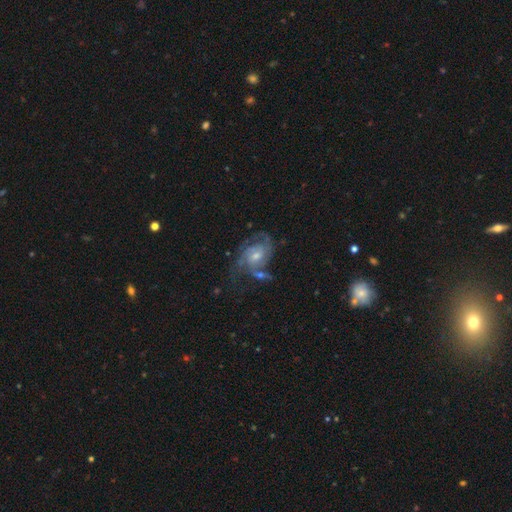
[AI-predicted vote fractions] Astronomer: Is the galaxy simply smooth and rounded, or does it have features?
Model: featured or disk — 82%.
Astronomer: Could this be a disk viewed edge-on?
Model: no — 98%.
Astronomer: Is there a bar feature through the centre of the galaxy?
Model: no — 57% (runner-up: weak, 36%).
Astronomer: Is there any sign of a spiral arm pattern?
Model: yes — 93%.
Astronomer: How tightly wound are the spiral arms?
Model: medium — 45% (runner-up: tight, 38%).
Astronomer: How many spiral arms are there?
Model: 2 — 34% (runner-up: 3, 26%).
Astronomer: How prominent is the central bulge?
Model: moderate — 48% (runner-up: small, 46%).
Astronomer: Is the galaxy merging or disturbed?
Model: none — 44% (runner-up: major disturbance, 22%).